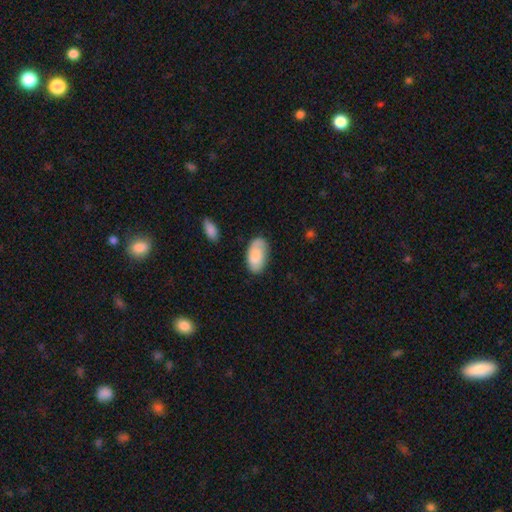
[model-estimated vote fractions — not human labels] This is clearly a smooth galaxy (80%). How rounded: clearly in between (95%). Merging: likely none (70%).